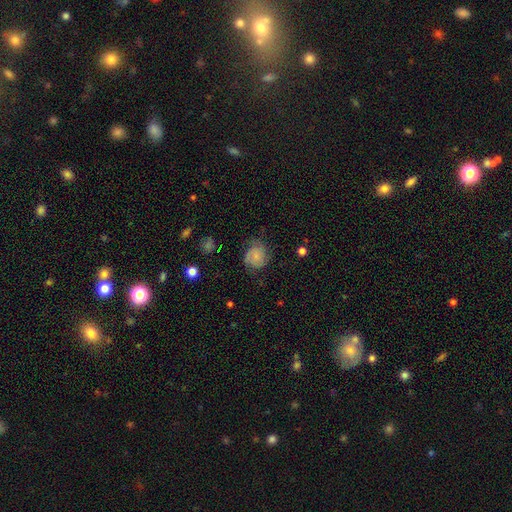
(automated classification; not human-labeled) A featured or disk galaxy (46%).

Vote fractions:
- Smooth or featured? featured or disk: 46% / smooth: 45% / star or artifact: 9%
- Merging? none: 62% / minor disturbance: 25% / major disturbance: 11% / merger: 1%